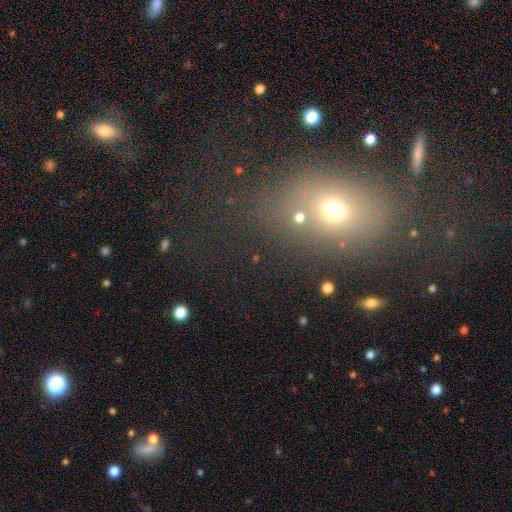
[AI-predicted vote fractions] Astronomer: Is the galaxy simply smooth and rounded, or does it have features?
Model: smooth — 57%.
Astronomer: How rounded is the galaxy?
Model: in between — 56% (runner-up: round, 42%).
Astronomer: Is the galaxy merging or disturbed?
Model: none — 67%.